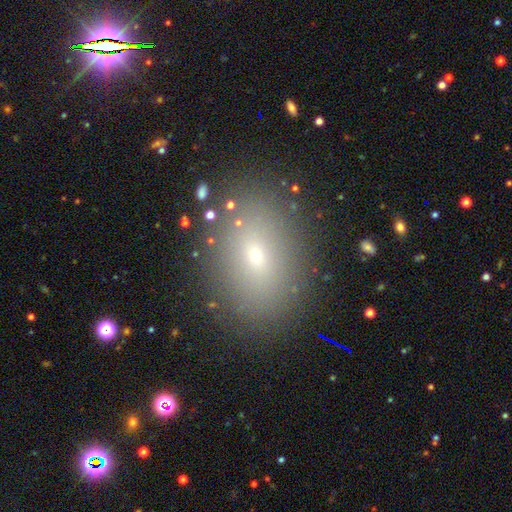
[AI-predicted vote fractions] Smooth or featured? smooth (66%)
How rounded? in between (72%)
Merging? none (85%)